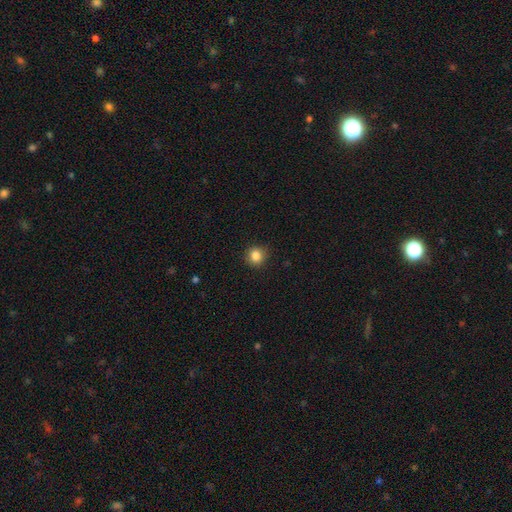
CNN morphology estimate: smooth_or_featured: smooth (p=0.85) [alt: star or artifact p=0.11]
how_rounded: round (p=0.88) [alt: in between p=0.11]
merging: none (p=0.89) [alt: minor disturbance p=0.08]